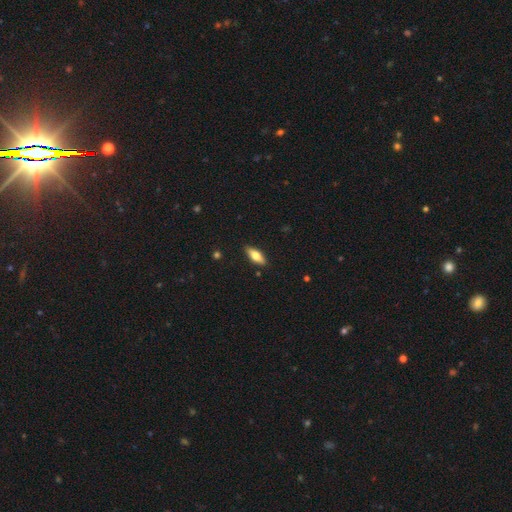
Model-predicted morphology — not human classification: This is likely a smooth galaxy (63%). How rounded: likely in between (67%). Merging: clearly none (88%).